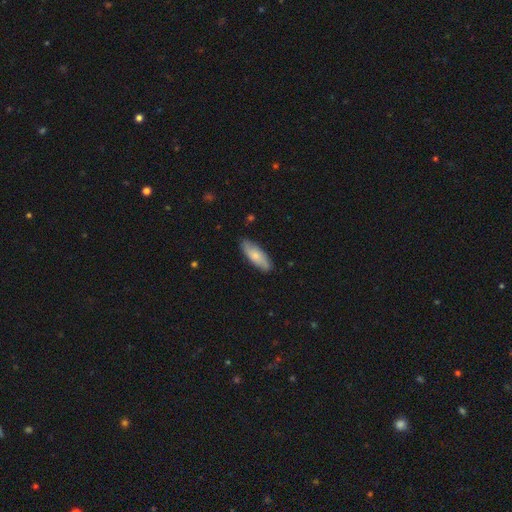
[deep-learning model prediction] Smooth or featured? smooth (73%)
How rounded? in between (63%)
Merging? none (85%)